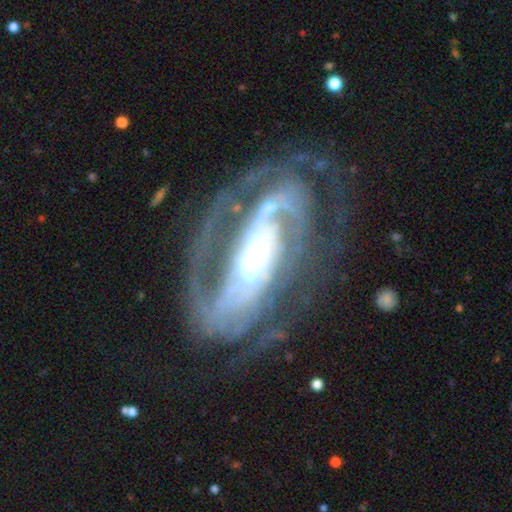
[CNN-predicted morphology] This appears to be a featured or disk galaxy (89%) with a strong bar (40%), 2 (58%) tight (48%) spiral arms (95%) and a small central bulge (53%). Merging: none (60%).